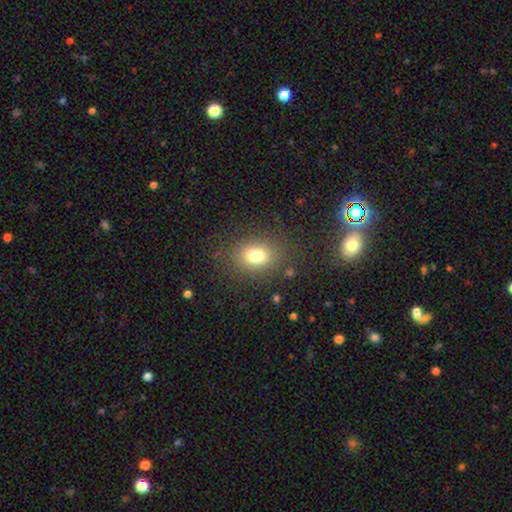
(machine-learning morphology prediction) Smooth or featured? smooth (76%)
How rounded? in between (60%)
Merging? none (82%)